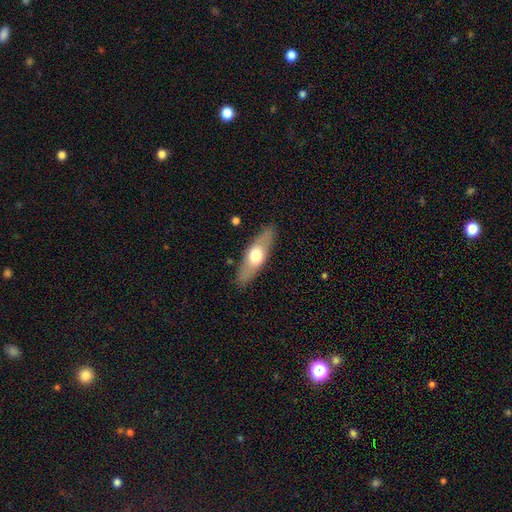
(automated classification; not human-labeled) A smooth galaxy with no disk features (54%) that is in between round and cigar-shaped (50%).

Vote fractions:
- Smooth or featured? smooth: 54% / featured or disk: 41% / star or artifact: 5%
- How rounded? in between: 50% / cigar-shaped: 47% / round: 3%
- Merging? none: 86% / minor disturbance: 10% / major disturbance: 3% / merger: 1%